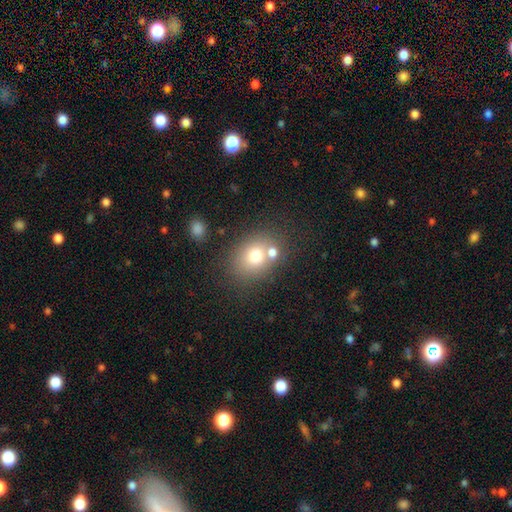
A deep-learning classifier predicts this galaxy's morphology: smooth-or-featured: smooth: 71% | featured or disk: 16% | star or artifact: 12%
  how-rounded: round: 51% | in between: 48% | cigar-shaped: 1%
  merging: none: 56% | merger: 28% | minor disturbance: 11% | major disturbance: 4%